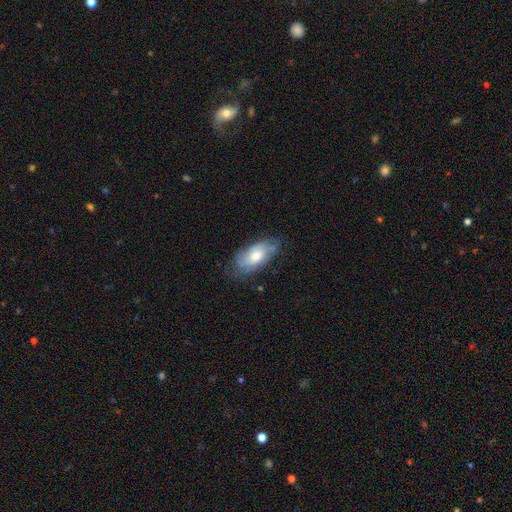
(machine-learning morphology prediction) Smooth or featured? Predicted: featured or disk (p=0.51). Edge-on disk? Predicted: no (p=0.88). Merging? Predicted: none (p=0.68).